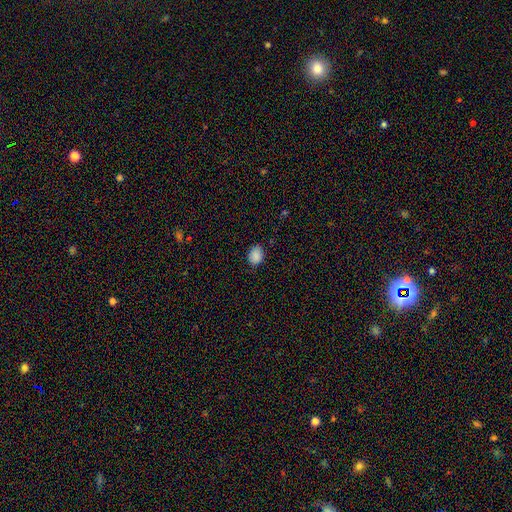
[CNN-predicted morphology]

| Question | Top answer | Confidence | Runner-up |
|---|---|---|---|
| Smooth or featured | smooth | 88% | star or artifact (9%) |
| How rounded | in between | 62% | round (37%) |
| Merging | none | 81% | minor disturbance (15%) |